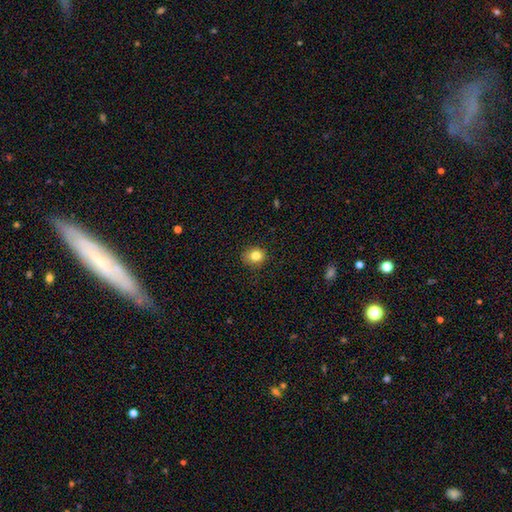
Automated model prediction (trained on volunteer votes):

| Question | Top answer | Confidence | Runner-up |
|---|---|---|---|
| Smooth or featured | smooth | 82% | star or artifact (11%) |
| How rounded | round | 73% | in between (26%) |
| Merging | none | 84% | minor disturbance (12%) |